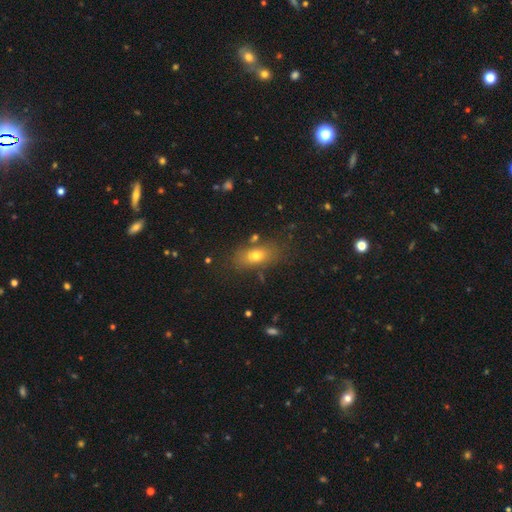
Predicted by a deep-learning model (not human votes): The model was most divided on "smooth or featured": smooth: 70%, featured or disk: 18%, star or artifact: 12%. More confident: how rounded — in between (79%); merging — none (77%).